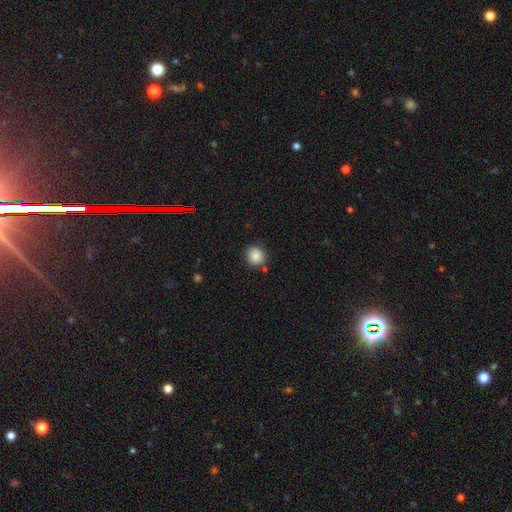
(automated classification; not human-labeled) The model was most divided on "merging": none: 80%, minor disturbance: 12%, merger: 5%, major disturbance: 3%. More confident: smooth or featured — smooth (85%); how rounded — round (84%).